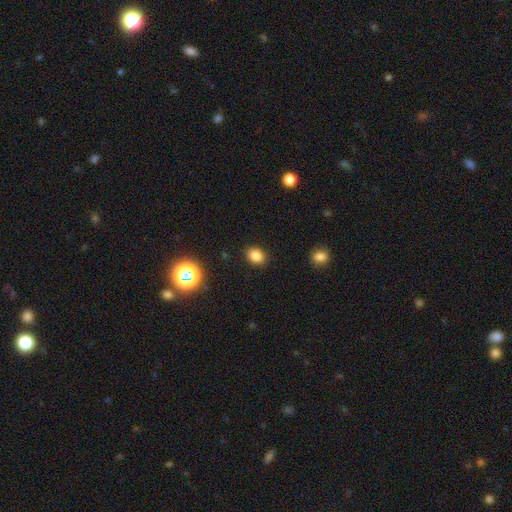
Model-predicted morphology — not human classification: Smooth or featured? smooth (82%)
How rounded? in between (50%)
Merging? none (89%)